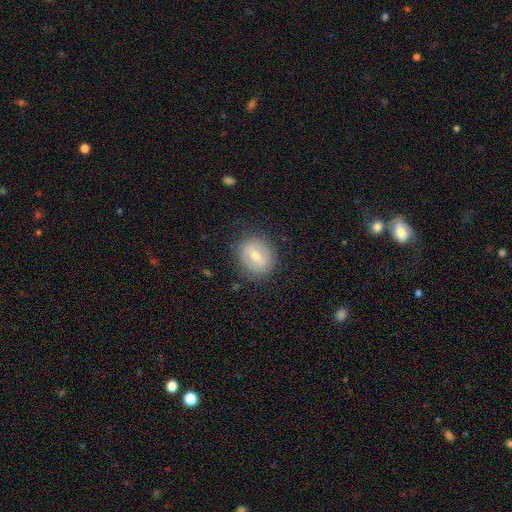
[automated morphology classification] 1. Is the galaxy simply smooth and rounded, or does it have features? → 46% smooth (tied), 46% featured or disk (tied), 8% star or artifact.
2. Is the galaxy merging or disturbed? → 82% none, 12% minor disturbance, 4% major disturbance, 1% merger.